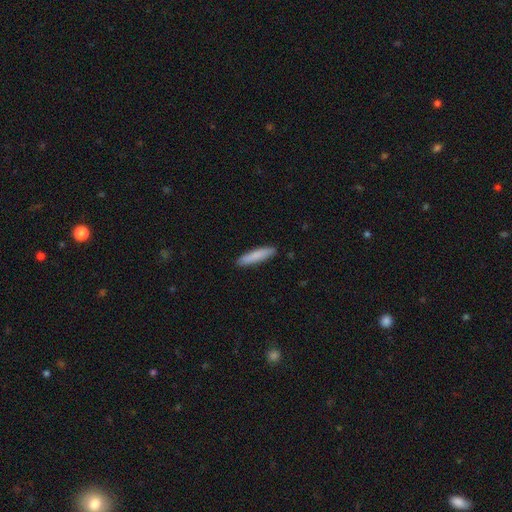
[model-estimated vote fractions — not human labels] This appears to be a smooth galaxy with no disk features (84%) that is cigar-shaped (86%). Merging: none (90%).